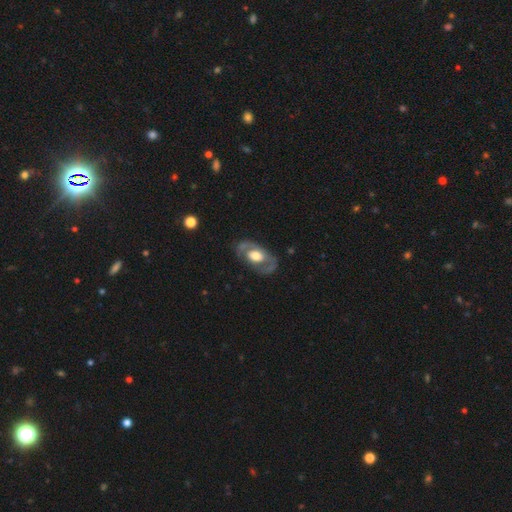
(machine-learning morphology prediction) Overall: featured or disk (70%). Edge-on disk: no (92%). Bar: no (69%). Spiral arms: yes (56%; no 44%). Bulge size: moderate (47%; large 44%). Merging: none (75%).